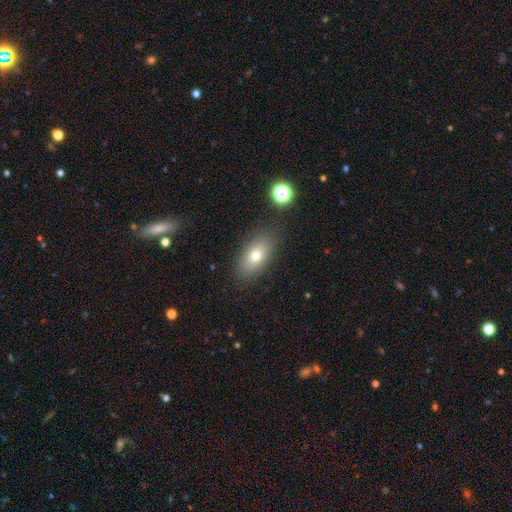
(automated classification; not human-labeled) Smooth or featured: smooth — 72% (featured or disk — 18%)
How rounded: in between — 85% (round — 8%)
Merging: none — 83% (minor disturbance — 10%)